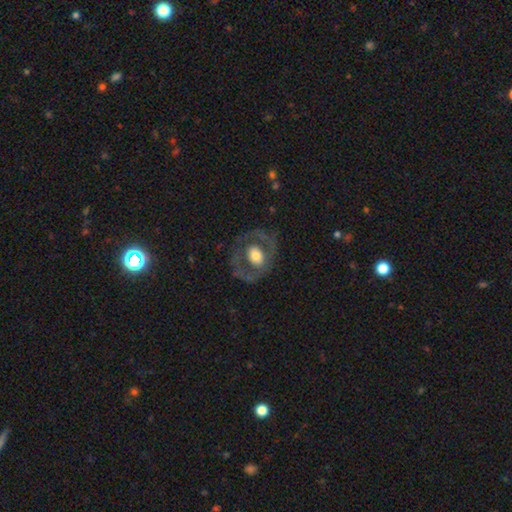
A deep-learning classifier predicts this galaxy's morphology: Smooth or featured? featured or disk (56%)
Edge-on disk? no (95%)
Bar? no (71%)
Spiral arms? no (71%)
Bulge size? moderate (54%)
Merging? none (67%)